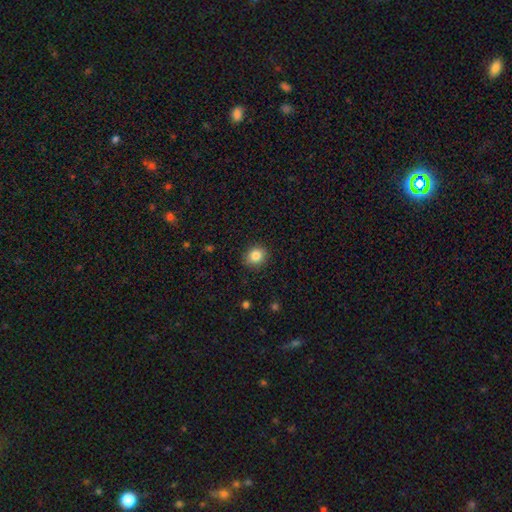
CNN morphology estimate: type=smooth (85%); roundness=round (77%); merging=none (89%).